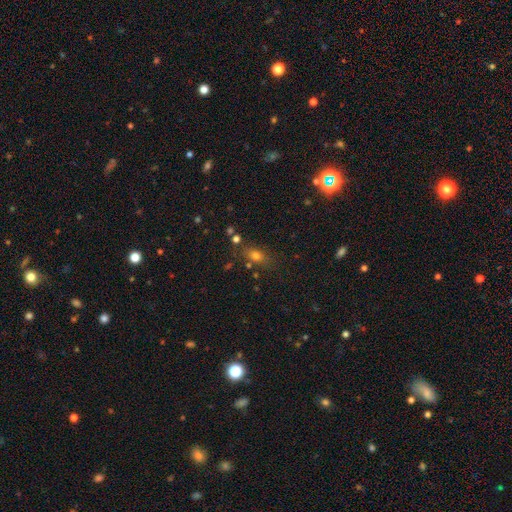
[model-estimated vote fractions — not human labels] Smooth or featured: smooth — 69% (star or artifact — 17%)
How rounded: in between — 68% (round — 22%)
Merging: none — 72% (minor disturbance — 15%)